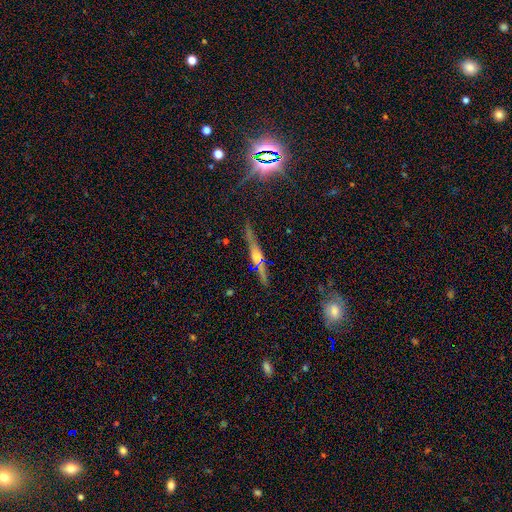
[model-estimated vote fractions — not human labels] Smooth or featured? Predicted: featured or disk (p=0.64). Edge-on disk? Predicted: yes (p=0.95). Edge-on bulge? Predicted: rounded (p=0.76). Merging? Predicted: none (p=0.84).